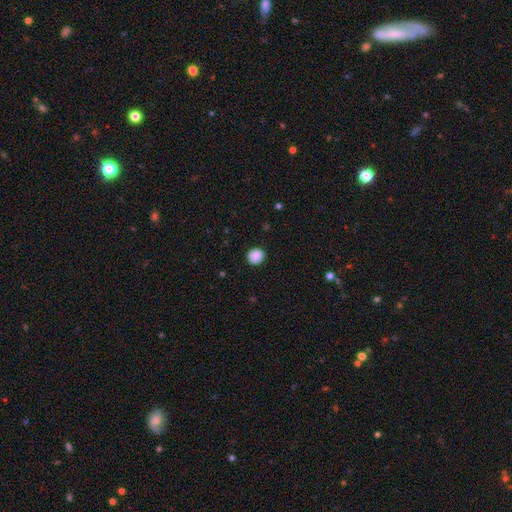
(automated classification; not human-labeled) Morphology: type=smooth (87%); roundness=round (90%); merging=none (88%).